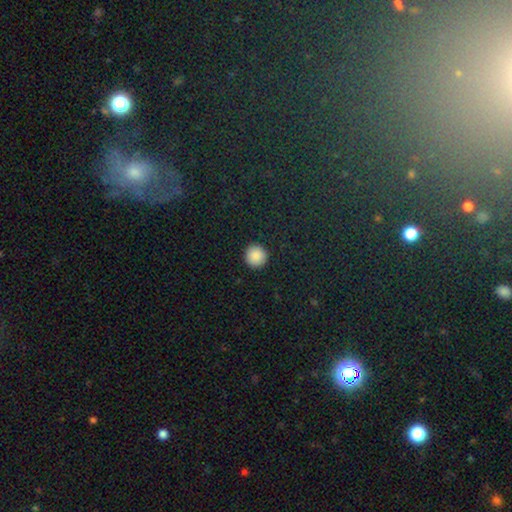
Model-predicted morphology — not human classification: Q: Smooth or featured?
A: smooth (88%); runner-up: star or artifact (9%)
Q: How rounded?
A: round (95%); runner-up: in between (4%)
Q: Merging?
A: none (92%); runner-up: minor disturbance (5%)